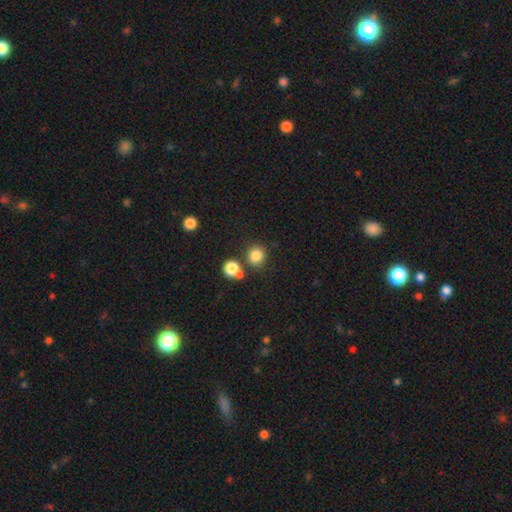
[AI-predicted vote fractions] Smooth or featured: smooth — 81% (star or artifact — 13%)
How rounded: round — 88% (in between — 11%)
Merging: none — 75% (merger — 13%)